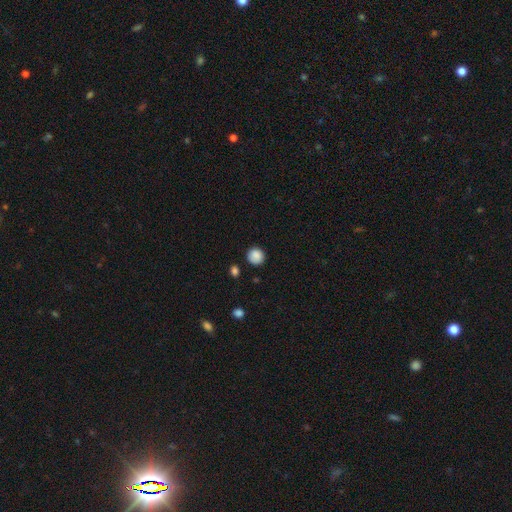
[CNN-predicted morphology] This is clearly a smooth galaxy (88%). How rounded: clearly round (92%). Merging: clearly none (86%).